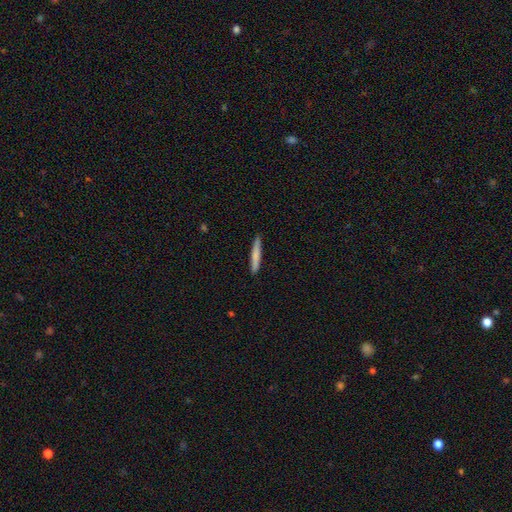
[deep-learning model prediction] Morphology: type=smooth (74%); roundness=cigar-shaped (95%); merging=none (90%).